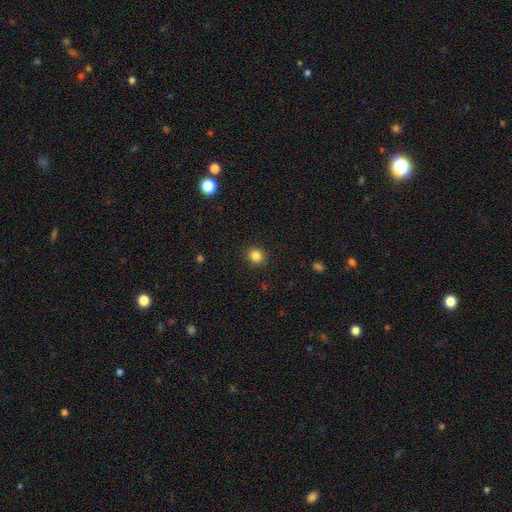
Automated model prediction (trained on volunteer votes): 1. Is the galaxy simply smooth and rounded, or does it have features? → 84% smooth, 11% star or artifact, 4% featured or disk.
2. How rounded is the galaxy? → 82% round, 17% in between, 1% cigar-shaped.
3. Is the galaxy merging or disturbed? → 90% none, 7% minor disturbance, 2% major disturbance, 1% merger.